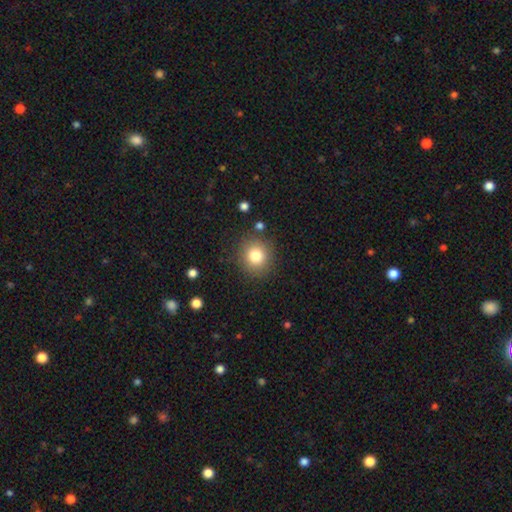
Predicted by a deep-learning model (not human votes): smooth-or-featured: smooth: 80% | star or artifact: 12% | featured or disk: 8%
  how-rounded: round: 89% | in between: 10% | cigar-shaped: 1%
  merging: none: 87% | minor disturbance: 8% | major disturbance: 3% | merger: 2%